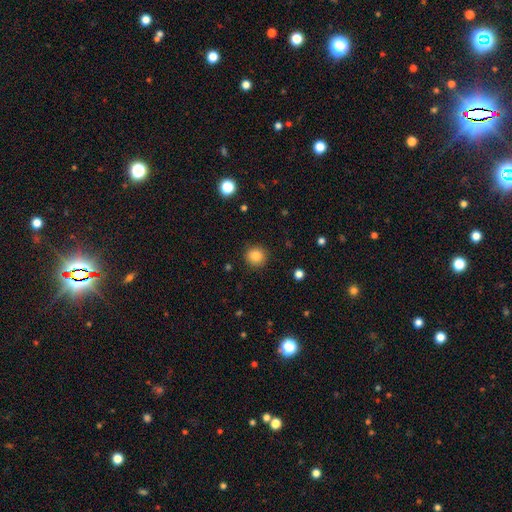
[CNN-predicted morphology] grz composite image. It shows a smooth galaxy with no disk features (85%) that is round (92%). Merging: none (90%).